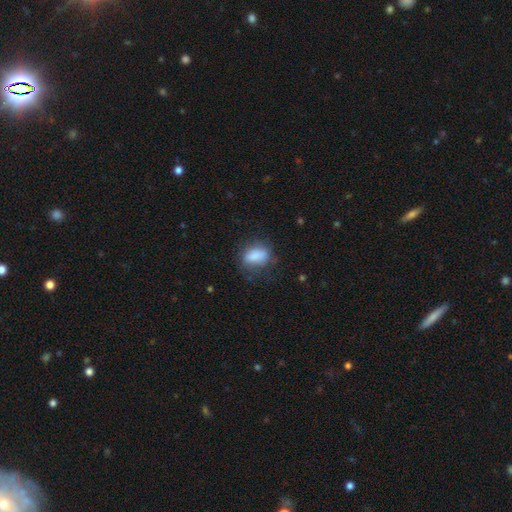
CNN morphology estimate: Q: Smooth or featured?
A: smooth (83%); runner-up: featured or disk (9%)
Q: How rounded?
A: in between (82%); runner-up: round (15%)
Q: Merging?
A: none (64%); runner-up: minor disturbance (23%)